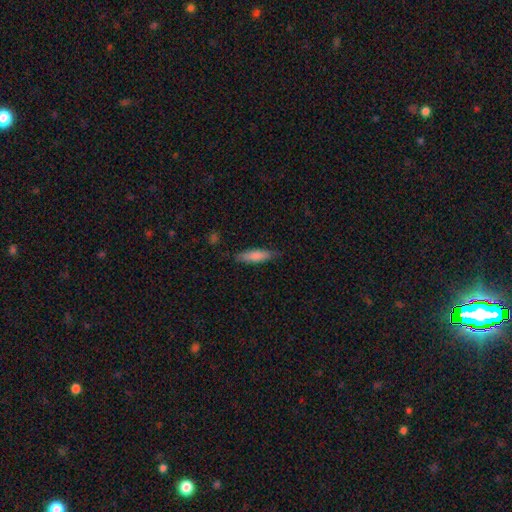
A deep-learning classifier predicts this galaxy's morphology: This appears to be a smooth galaxy with no disk features (79%) that is cigar-shaped (68%). Merging: none (81%).